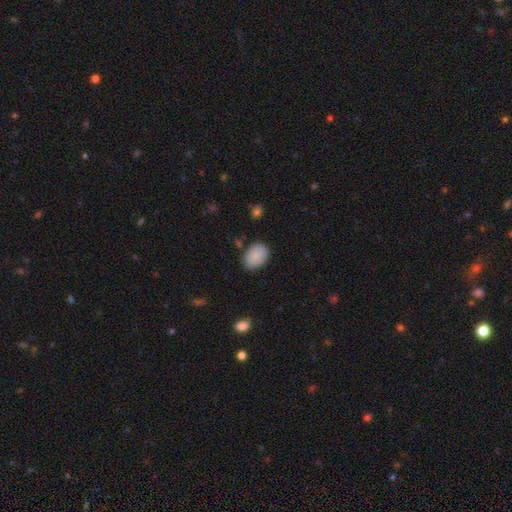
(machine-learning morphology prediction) type=smooth (88%); roundness=in between (77%); merging=none (83%).